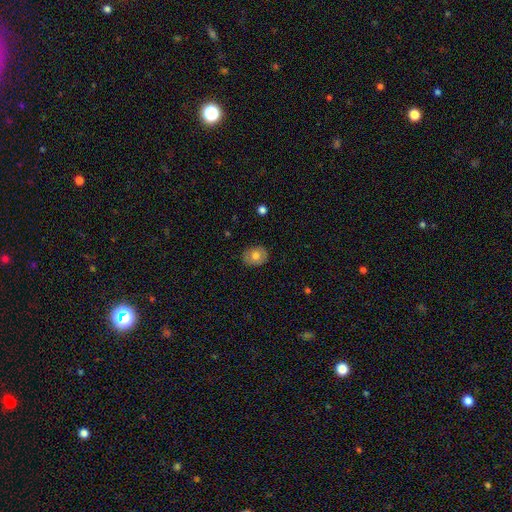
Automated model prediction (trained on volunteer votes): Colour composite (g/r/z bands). It shows a smooth galaxy with no disk features (72%) that is in between round and cigar-shaped (52%). Merging: none (86%).